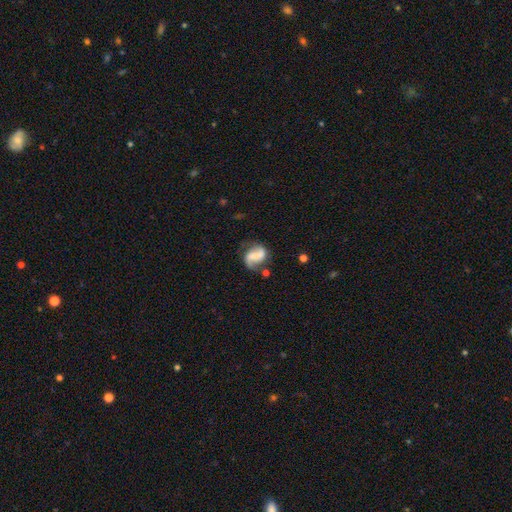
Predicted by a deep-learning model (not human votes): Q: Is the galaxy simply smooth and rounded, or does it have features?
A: featured or disk — 72%.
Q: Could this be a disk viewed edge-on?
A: no — 98%.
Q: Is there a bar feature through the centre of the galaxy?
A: strong — 36%.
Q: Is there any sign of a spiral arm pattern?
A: yes — 90%.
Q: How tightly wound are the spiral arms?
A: loose — 57%.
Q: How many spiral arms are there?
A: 2 — 87%.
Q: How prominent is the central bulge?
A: none — 48%.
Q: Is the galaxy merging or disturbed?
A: none — 62%.